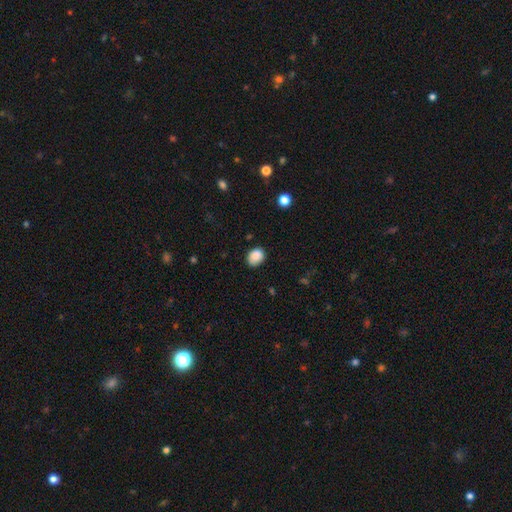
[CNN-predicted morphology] The model was most divided on "how rounded": in between: 53%, round: 46%, cigar-shaped: 1%. More confident: smooth or featured — smooth (87%); merging — none (73%).